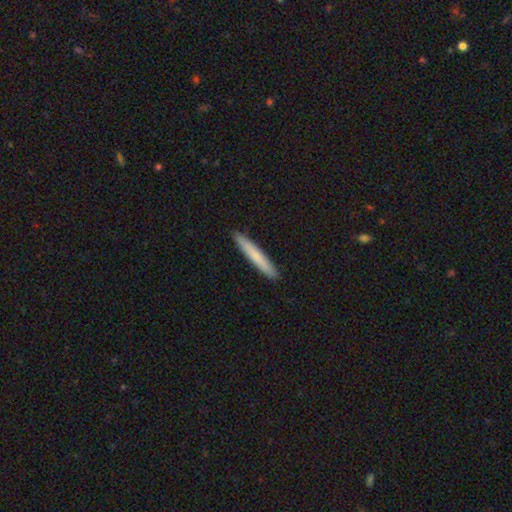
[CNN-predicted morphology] A smooth galaxy with no disk features (75%) that is cigar-shaped (96%). Merging: none (92%).